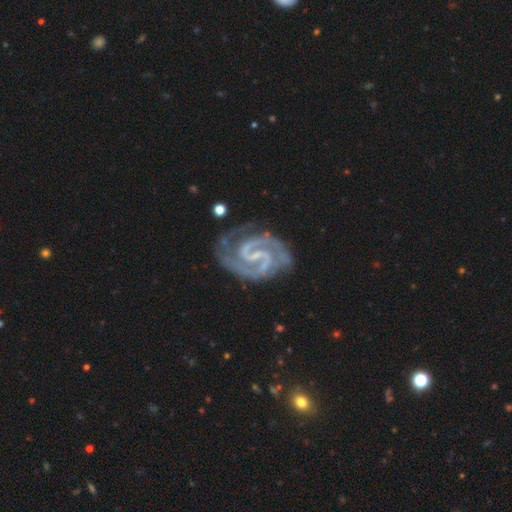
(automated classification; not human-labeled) Morphology: type=featured or disk (93%); edge-on=no (98%); bar=weak (48%); spiral arms=yes (99%); winding=medium (48%); arm count=2 (90%); bulge=small (57%); merging=none (74%).